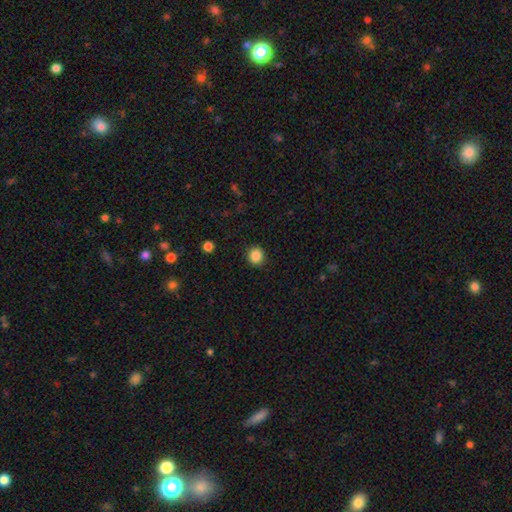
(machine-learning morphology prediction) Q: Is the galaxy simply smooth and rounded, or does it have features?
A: smooth — 86%.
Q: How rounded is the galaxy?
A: round — 88%.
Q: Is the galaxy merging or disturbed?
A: none — 91%.